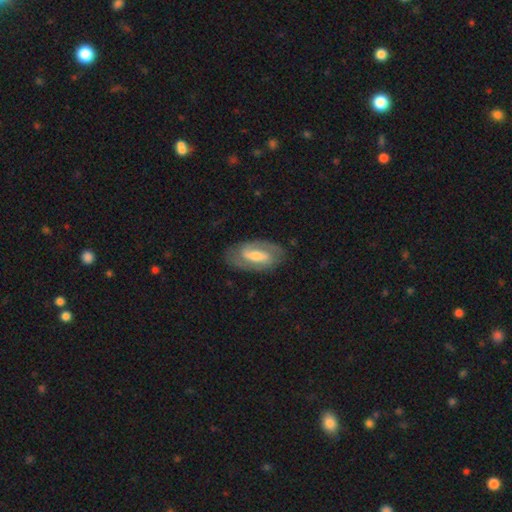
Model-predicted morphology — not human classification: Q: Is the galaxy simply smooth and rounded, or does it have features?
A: featured or disk — 74%.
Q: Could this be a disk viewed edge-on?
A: no — 93%.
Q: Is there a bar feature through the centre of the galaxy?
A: strong — 48%.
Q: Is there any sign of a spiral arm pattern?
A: yes — 82%.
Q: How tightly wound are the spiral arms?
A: medium — 43%.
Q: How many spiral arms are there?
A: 2 — 84%.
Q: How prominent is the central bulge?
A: moderate — 53%.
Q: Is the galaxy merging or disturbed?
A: none — 80%.